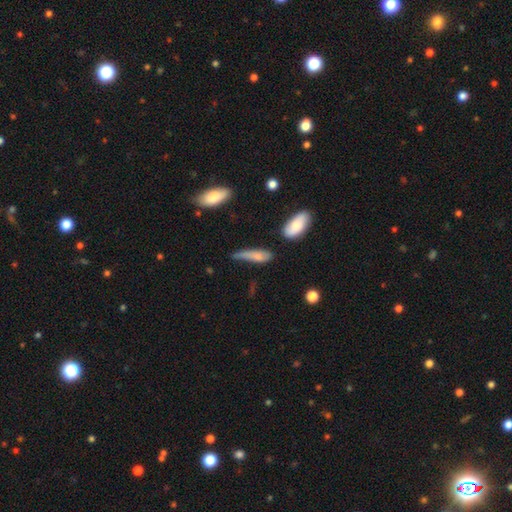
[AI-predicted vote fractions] smooth 72%, featured or disk 20%, star or artifact 8%. Down the decision tree: how rounded — cigar-shaped (62%); merging — minor disturbance (39%).